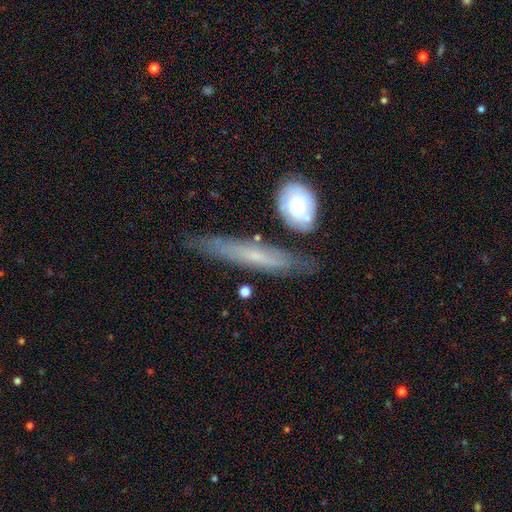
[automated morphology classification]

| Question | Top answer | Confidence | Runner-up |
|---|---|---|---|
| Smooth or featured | featured or disk | 50% | smooth (42%) |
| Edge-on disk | yes | 65% | no (35%) |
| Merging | none | 65% | minor disturbance (22%) |